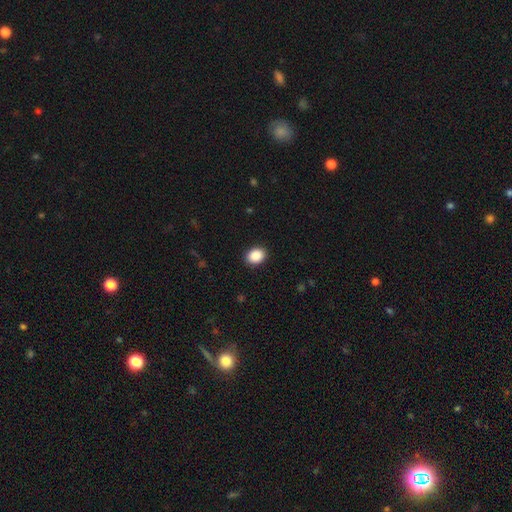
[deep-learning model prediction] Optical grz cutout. It shows a smooth galaxy with no disk features (89%) that is in between round and cigar-shaped (60%). Merging: none (91%).